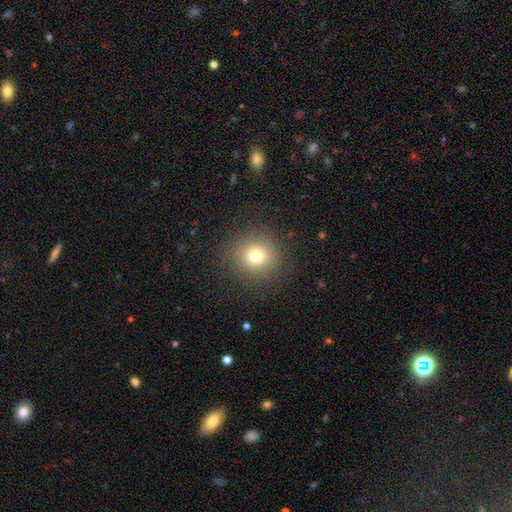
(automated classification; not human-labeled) Q: Smooth or featured?
A: smooth (75%); runner-up: star or artifact (15%)
Q: How rounded?
A: round (92%); runner-up: in between (7%)
Q: Merging?
A: none (88%); runner-up: minor disturbance (7%)